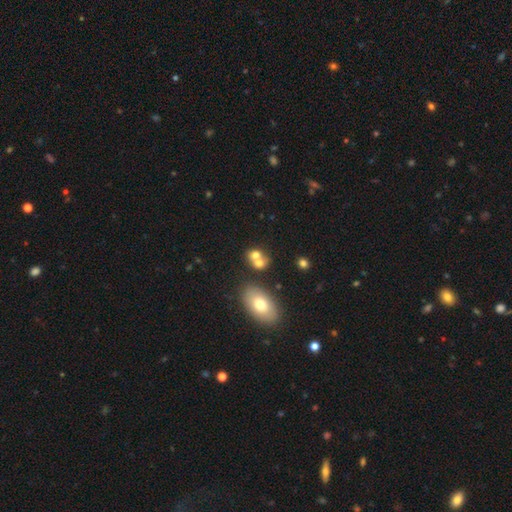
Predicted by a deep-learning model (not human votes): Q: Smooth or featured?
A: smooth (71%); runner-up: featured or disk (18%)
Q: How rounded?
A: round (55%); runner-up: in between (44%)
Q: Merging?
A: merger (55%); runner-up: none (33%)